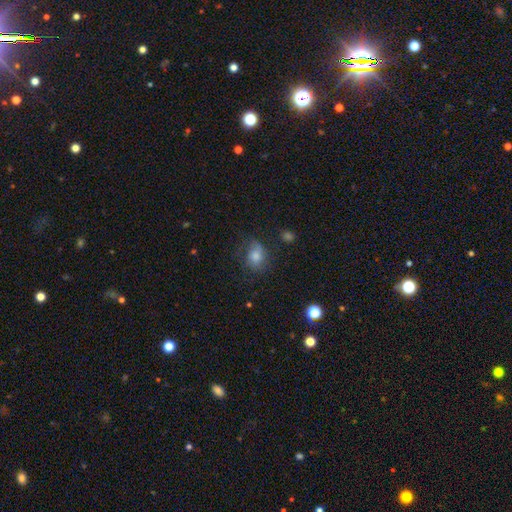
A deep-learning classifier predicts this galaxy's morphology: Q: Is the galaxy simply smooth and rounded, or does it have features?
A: smooth — 59%.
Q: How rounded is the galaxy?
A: round — 52%.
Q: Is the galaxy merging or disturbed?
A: none — 57%.